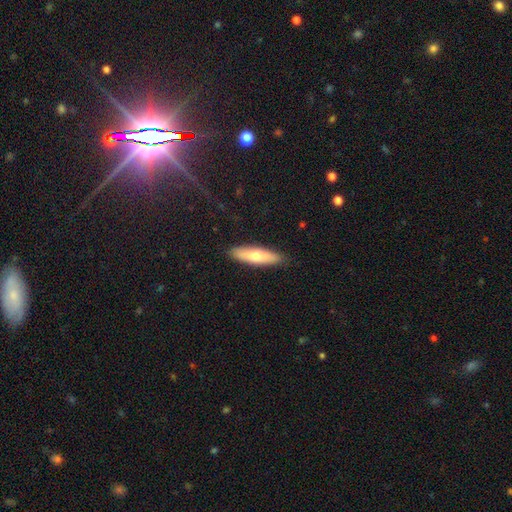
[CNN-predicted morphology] A smooth galaxy with no disk features (66%) that is cigar-shaped (64%). Merging: none (88%).